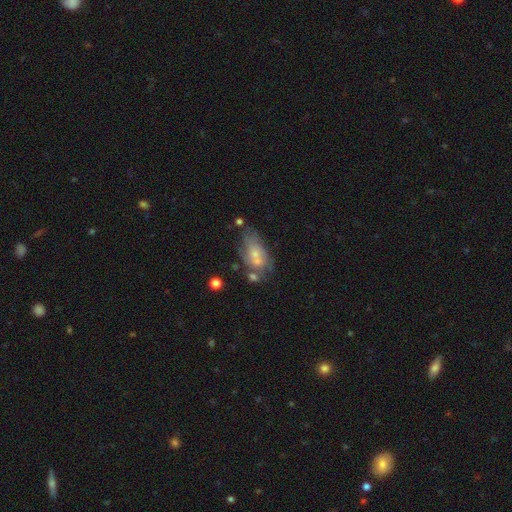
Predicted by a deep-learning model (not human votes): The model was most divided on "smooth or featured": smooth: 46%, featured or disk: 44%, star or artifact: 9%. Remaining: merging — none (35%).